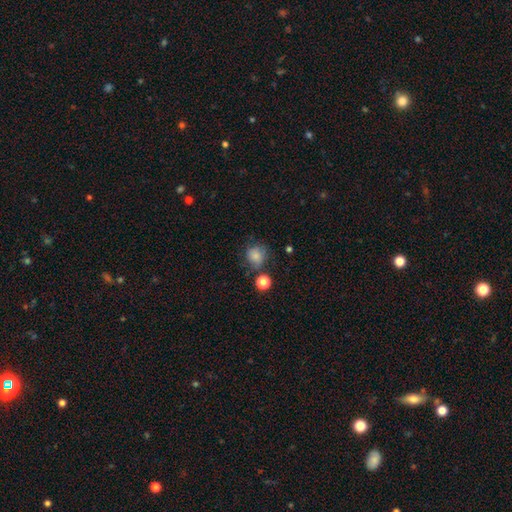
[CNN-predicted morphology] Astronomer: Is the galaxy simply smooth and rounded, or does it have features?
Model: smooth — 80%.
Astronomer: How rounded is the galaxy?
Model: round — 84%.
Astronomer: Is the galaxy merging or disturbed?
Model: none — 65%.